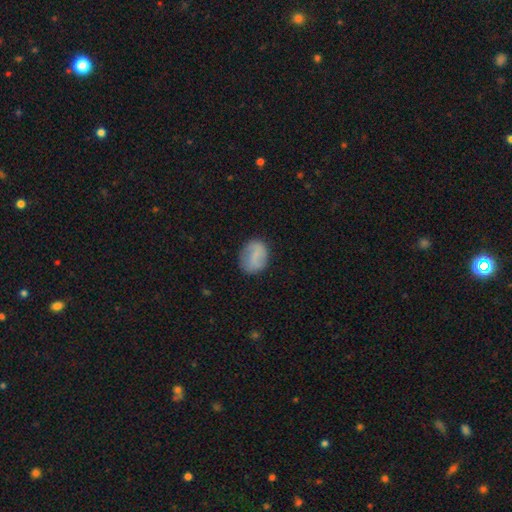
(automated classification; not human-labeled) Smooth or featured: smooth — 63% (featured or disk — 29%)
How rounded: in between — 52% (round — 46%)
Merging: none — 77% (minor disturbance — 16%)